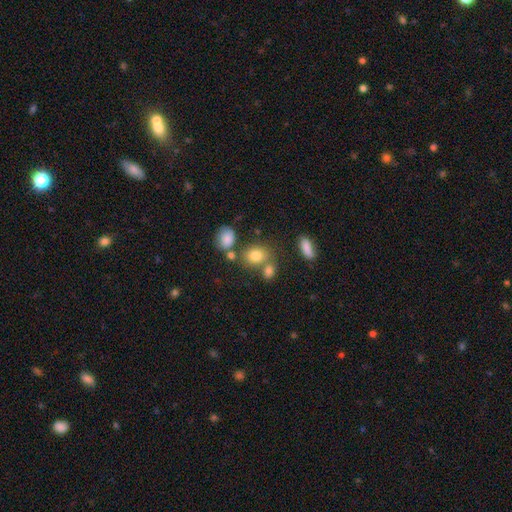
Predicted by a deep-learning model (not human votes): smooth_or_featured: smooth (p=0.78) [alt: star or artifact p=0.13]
how_rounded: round (p=0.56) [alt: in between p=0.43]
merging: none (p=0.59) [alt: merger p=0.24]